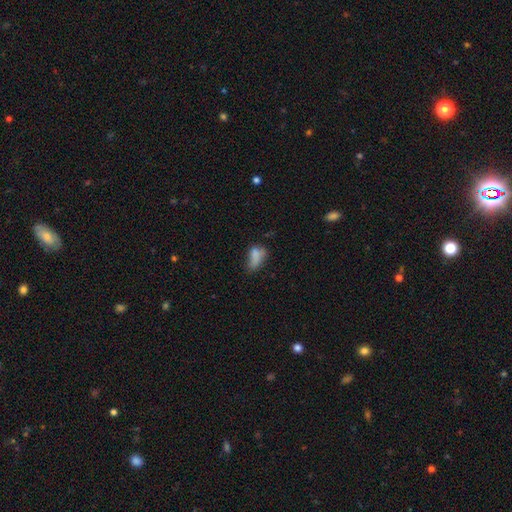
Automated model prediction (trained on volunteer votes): A smooth galaxy with no disk features (74%) that is in between round and cigar-shaped (87%).

Vote fractions:
- Smooth or featured? smooth: 74% / featured or disk: 15% / star or artifact: 11%
- How rounded? in between: 87% / round: 7% / cigar-shaped: 6%
- Merging? minor disturbance: 33% / none: 30% / major disturbance: 27% / merger: 10%